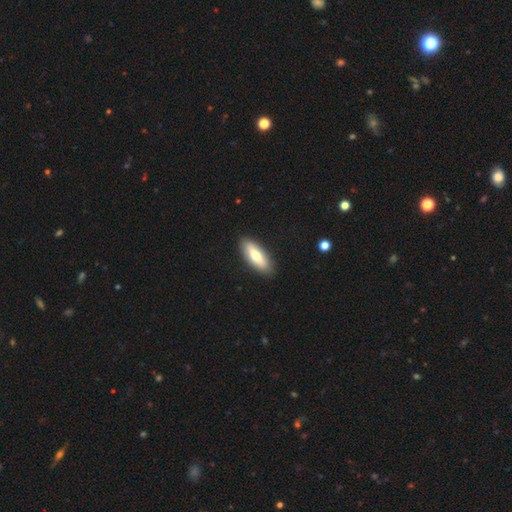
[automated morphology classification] A smooth galaxy with no disk features (63%) that is in between round and cigar-shaped (65%).

Vote fractions:
- Smooth or featured? smooth: 63% / featured or disk: 31% / star or artifact: 5%
- How rounded? in between: 65% / cigar-shaped: 33% / round: 2%
- Merging? none: 90% / minor disturbance: 7% / major disturbance: 2% / merger: 1%